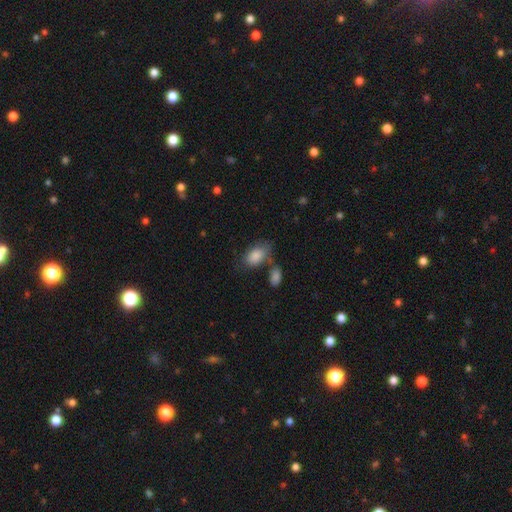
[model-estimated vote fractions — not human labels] smooth_or_featured: smooth (p=0.85) [alt: featured or disk p=0.08]
how_rounded: in between (p=0.91) [alt: round p=0.07]
merging: none (p=0.56) [alt: minor disturbance p=0.19]